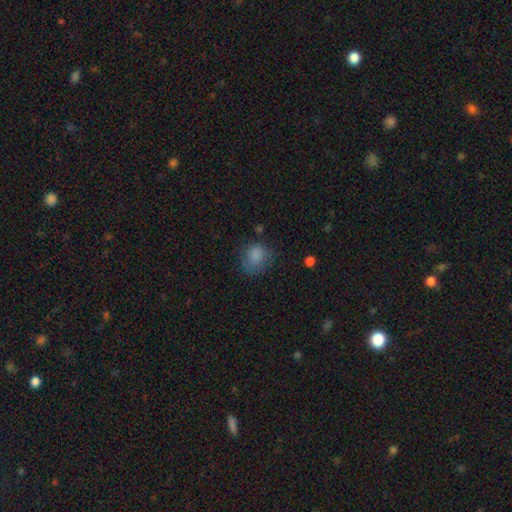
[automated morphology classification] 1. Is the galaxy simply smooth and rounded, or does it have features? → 80% smooth, 10% star or artifact, 9% featured or disk.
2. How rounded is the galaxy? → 67% round, 32% in between, 1% cigar-shaped.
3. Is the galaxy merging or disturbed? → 59% none, 25% minor disturbance, 13% major disturbance, 2% merger.